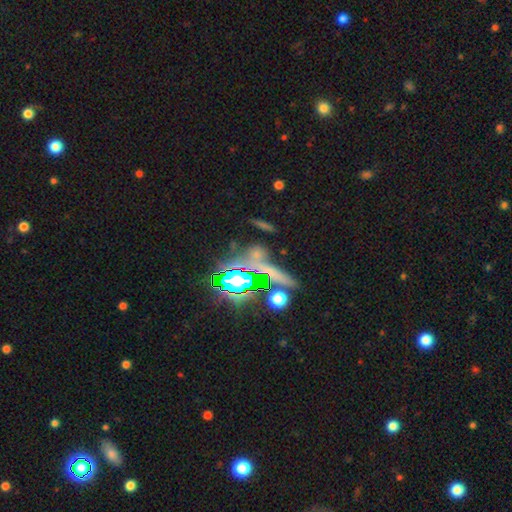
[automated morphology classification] A star or artifact, not a galaxy (58%).